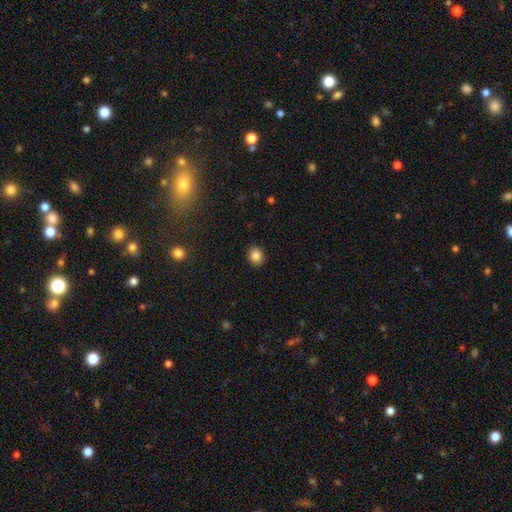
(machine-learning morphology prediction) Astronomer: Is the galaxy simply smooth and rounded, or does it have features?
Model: smooth — 85%.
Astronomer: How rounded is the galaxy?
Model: round — 68%.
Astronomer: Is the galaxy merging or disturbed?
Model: none — 89%.